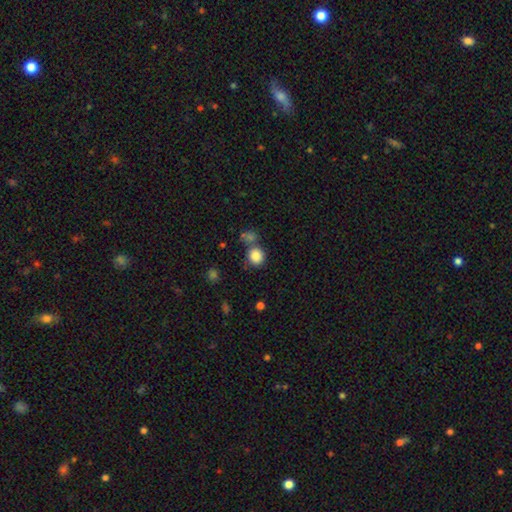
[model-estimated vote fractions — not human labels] A smooth galaxy with no disk features (85%) that is round (85%).

Vote fractions:
- Smooth or featured? smooth: 85% / star or artifact: 10% / featured or disk: 5%
- How rounded? round: 85% / in between: 14% / cigar-shaped: 1%
- Merging? none: 65% / merger: 20% / minor disturbance: 11% / major disturbance: 5%